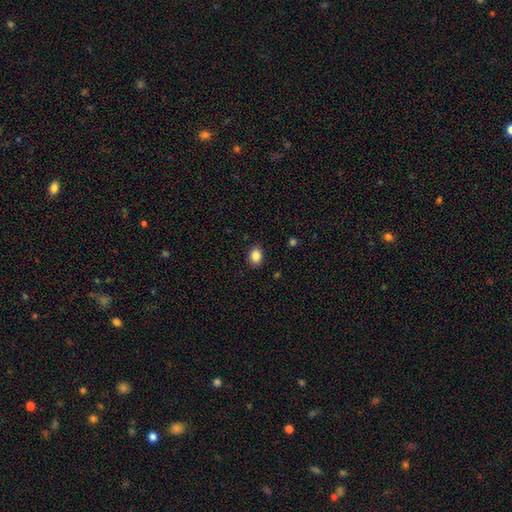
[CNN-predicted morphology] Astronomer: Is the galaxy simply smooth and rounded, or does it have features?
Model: smooth — 86%.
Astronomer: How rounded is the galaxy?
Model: in between — 70%.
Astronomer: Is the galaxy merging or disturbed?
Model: none — 88%.